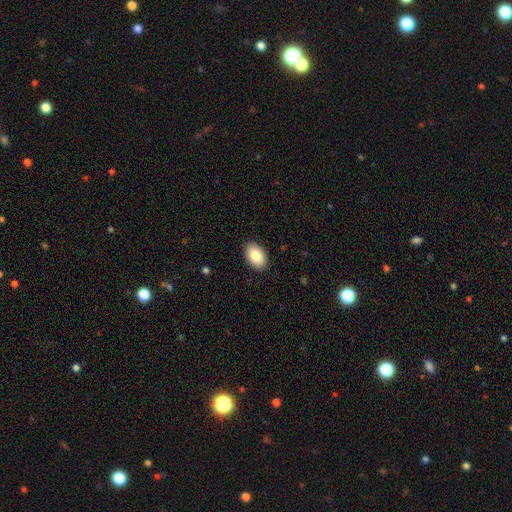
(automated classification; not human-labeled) smooth-or-featured: smooth: 86% | featured or disk: 8% | star or artifact: 7%
  how-rounded: in between: 93% | round: 6% | cigar-shaped: 1%
  merging: none: 89% | minor disturbance: 8% | major disturbance: 2% | merger: 1%